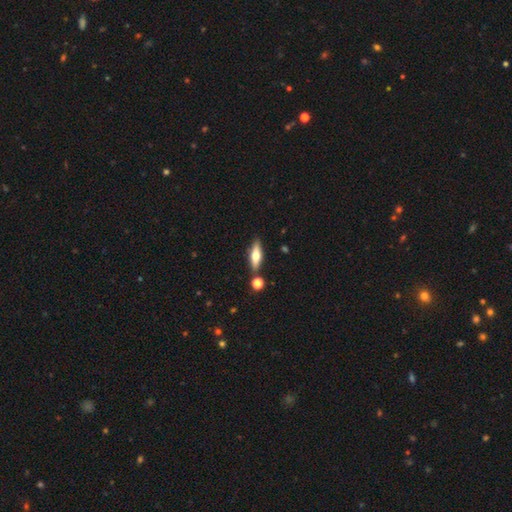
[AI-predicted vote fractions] A smooth galaxy with no disk features (50%). Merging: none (81%).